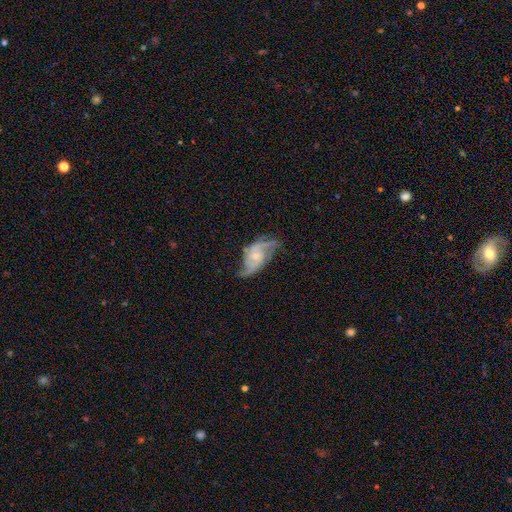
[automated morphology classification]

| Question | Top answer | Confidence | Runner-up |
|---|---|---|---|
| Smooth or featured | featured or disk | 85% | smooth (10%) |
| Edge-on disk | no | 96% | yes (4%) |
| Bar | no | 54% | weak (38%) |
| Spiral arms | yes | 96% | no (4%) |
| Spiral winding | loose | 45% | medium (41%) |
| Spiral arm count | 2 | 84% | 3 (5%) |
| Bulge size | small | 56% | moderate (32%) |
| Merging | none | 65% | minor disturbance (21%) |